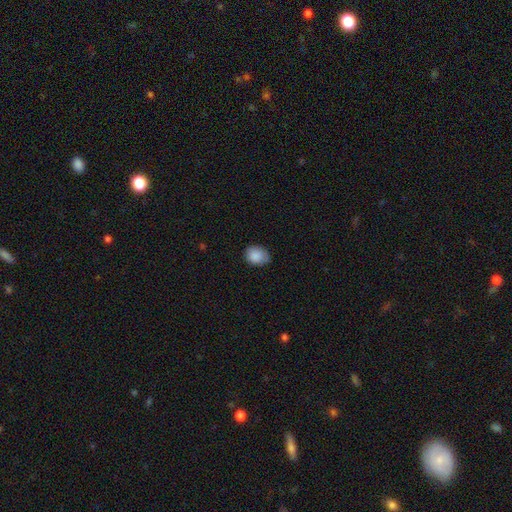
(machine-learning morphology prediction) smooth_or_featured: smooth (p=0.87) [alt: star or artifact p=0.08]
how_rounded: round (p=0.53) [alt: in between p=0.46]
merging: none (p=0.67) [alt: minor disturbance p=0.28]